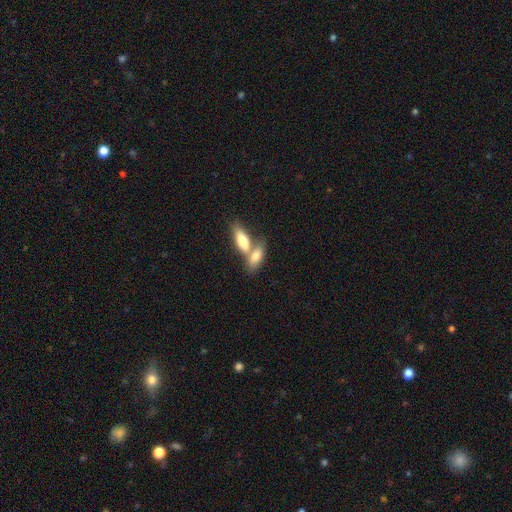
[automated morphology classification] Smooth or featured?
  - smooth: 76% *
  - featured or disk: 18%
  - star or artifact: 6%
How rounded?
  - in between: 75% *
  - cigar-shaped: 22%
  - round: 4%
Merging?
  - merger: 62% *
  - none: 28%
  - minor disturbance: 7%
  - major disturbance: 3%